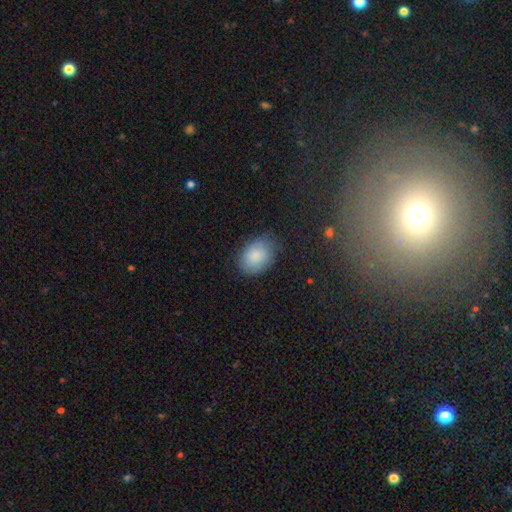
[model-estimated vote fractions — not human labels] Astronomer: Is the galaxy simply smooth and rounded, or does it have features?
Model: smooth — 85%.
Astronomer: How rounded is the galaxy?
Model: in between — 76%.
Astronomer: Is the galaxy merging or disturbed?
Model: none — 76%.